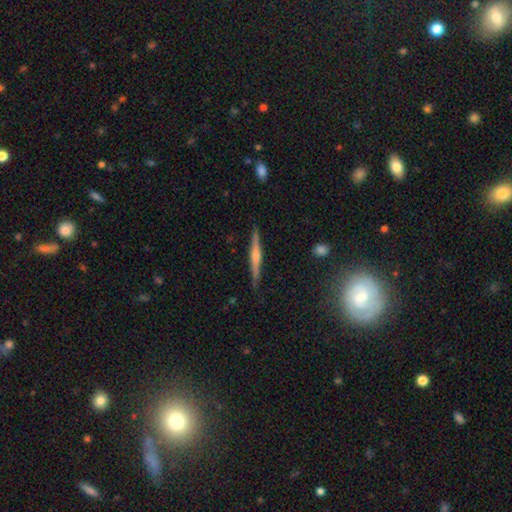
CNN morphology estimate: The model was most divided on "smooth or featured": featured or disk: 70%, smooth: 24%, star or artifact: 7%. More confident: edge-on disk — yes (98%); merging — none (88%); edge-on bulge — rounded (75%).